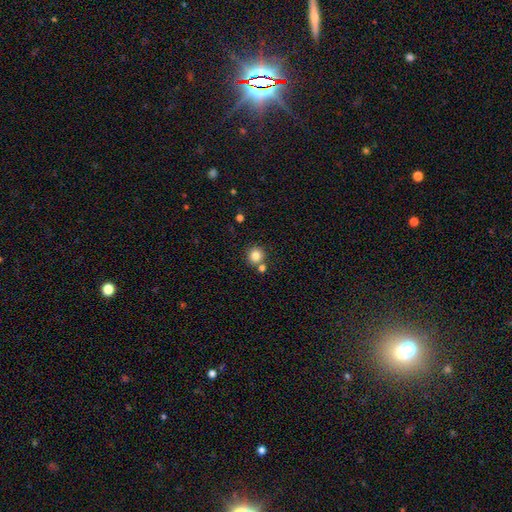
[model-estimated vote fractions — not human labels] Q: Smooth or featured?
A: smooth (83%); runner-up: star or artifact (11%)
Q: How rounded?
A: round (92%); runner-up: in between (7%)
Q: Merging?
A: none (72%); runner-up: merger (17%)